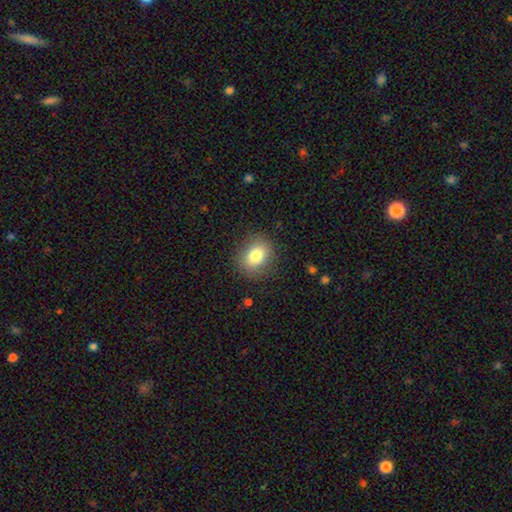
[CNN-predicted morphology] type=smooth (80%); roundness=round (55%); merging=none (85%).